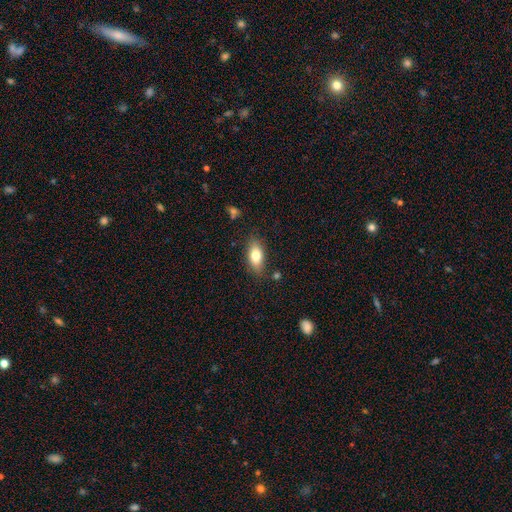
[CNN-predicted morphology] The model was most divided on "smooth or featured": smooth: 79%, featured or disk: 13%, star or artifact: 7%. More confident: how rounded — in between (85%); merging — none (81%).